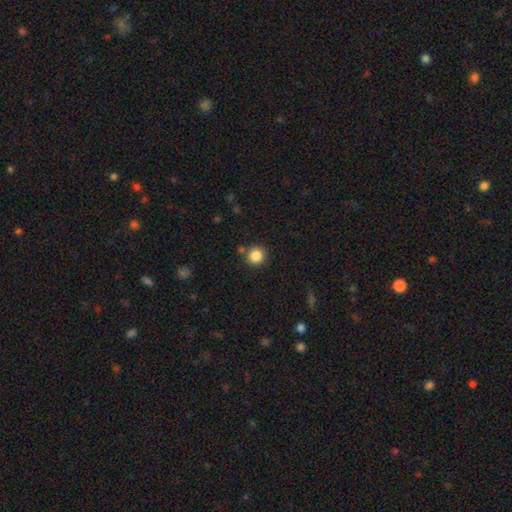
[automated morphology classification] A smooth galaxy with no disk features (85%) that is round (95%).

Vote fractions:
- Smooth or featured? smooth: 85% / star or artifact: 11% / featured or disk: 4%
- How rounded? round: 95% / in between: 5% / cigar-shaped: 1%
- Merging? none: 86% / minor disturbance: 7% / merger: 5% / major disturbance: 2%